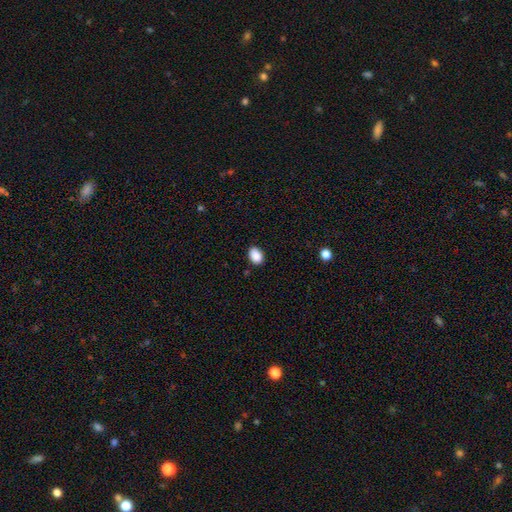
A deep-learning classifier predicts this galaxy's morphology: A smooth galaxy with no disk features (89%) that is in between round and cigar-shaped (76%).

Vote fractions:
- Smooth or featured? smooth: 89% / star or artifact: 8% / featured or disk: 3%
- How rounded? in between: 76% / round: 23% / cigar-shaped: 1%
- Merging? none: 86% / minor disturbance: 10% / major disturbance: 2% / merger: 1%